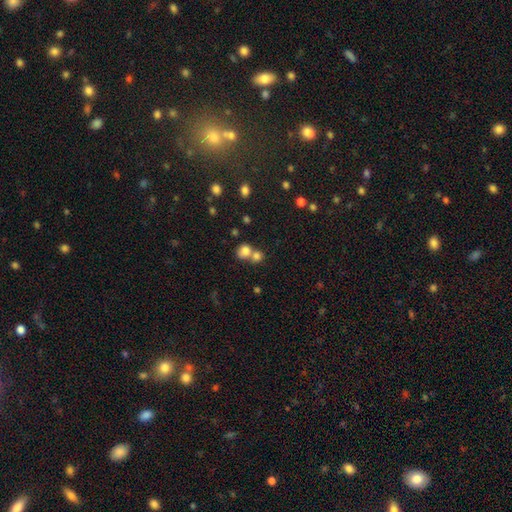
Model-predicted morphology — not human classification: Q: Smooth or featured?
A: smooth (78%); runner-up: star or artifact (12%)
Q: How rounded?
A: round (76%); runner-up: in between (23%)
Q: Merging?
A: merger (53%); runner-up: none (38%)